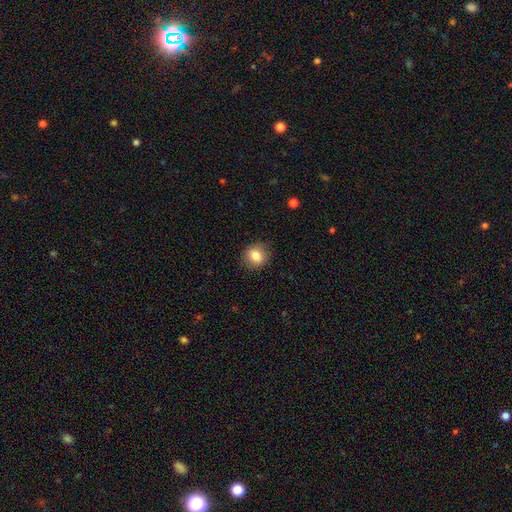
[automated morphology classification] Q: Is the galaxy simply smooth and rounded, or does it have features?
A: smooth — 82%.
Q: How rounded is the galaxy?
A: round — 78%.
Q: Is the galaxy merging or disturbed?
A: none — 87%.